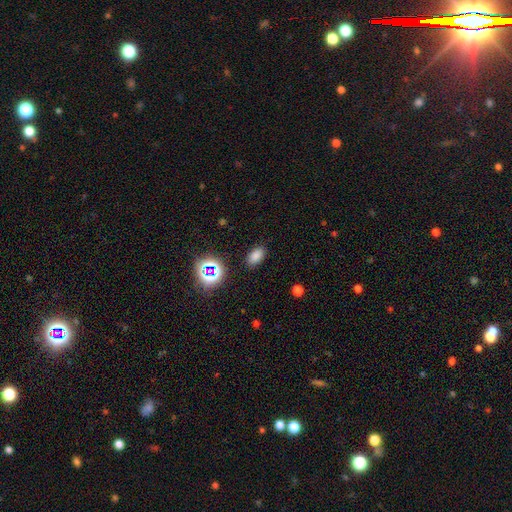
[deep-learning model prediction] Overall: smooth (77%). How rounded: in between (89%). Merging: none (86%).